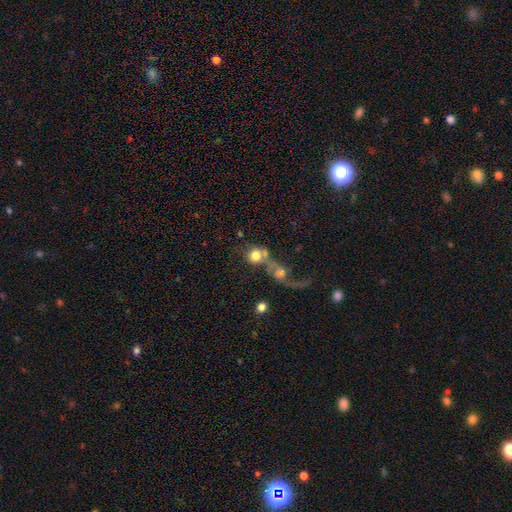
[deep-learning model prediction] This appears to be a smooth galaxy with no disk features (70%) that is round (84%). Merging: merger (55%).